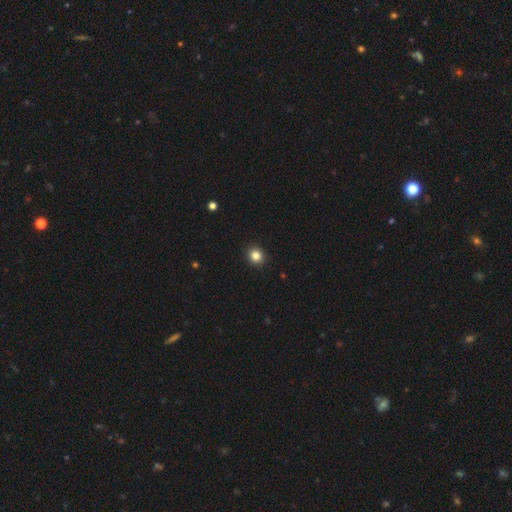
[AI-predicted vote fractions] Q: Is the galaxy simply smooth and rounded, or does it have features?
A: smooth — 83%.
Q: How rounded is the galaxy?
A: round — 85%.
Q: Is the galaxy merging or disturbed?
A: none — 92%.